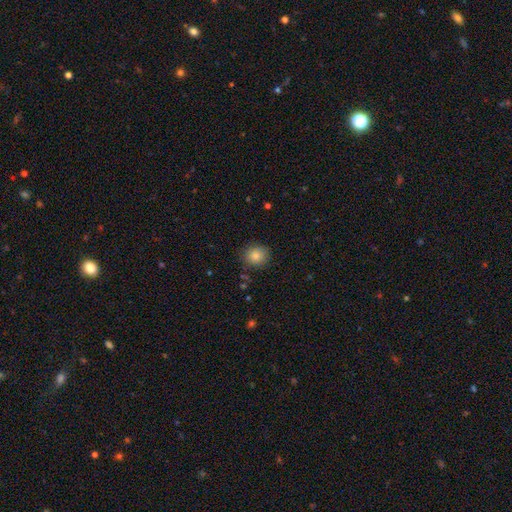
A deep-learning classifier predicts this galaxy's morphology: A smooth galaxy with no disk features (85%) that is round (81%).

Vote fractions:
- Smooth or featured? smooth: 85% / star or artifact: 10% / featured or disk: 6%
- How rounded? round: 81% / in between: 18% / cigar-shaped: 1%
- Merging? none: 86% / minor disturbance: 10% / major disturbance: 3% / merger: 1%